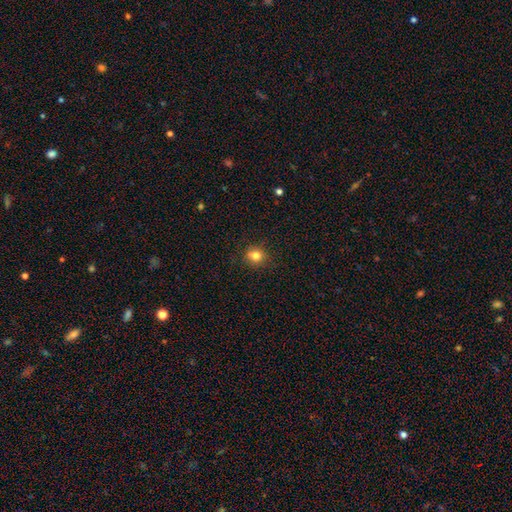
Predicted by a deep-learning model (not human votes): smooth-or-featured: smooth: 79% | star or artifact: 13% | featured or disk: 8%
  how-rounded: round: 79% | in between: 20% | cigar-shaped: 1%
  merging: none: 83% | minor disturbance: 12% | major disturbance: 3% | merger: 3%